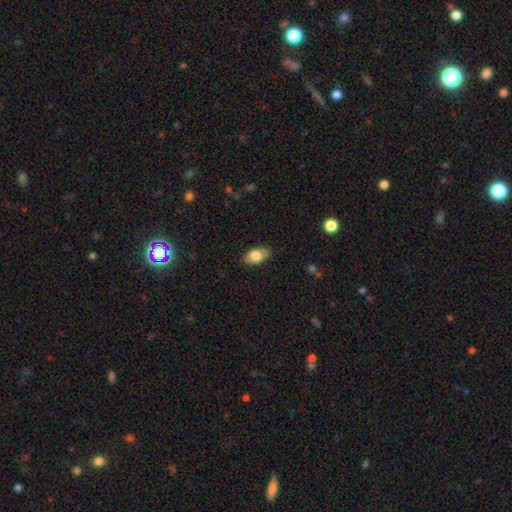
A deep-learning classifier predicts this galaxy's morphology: A smooth galaxy with no disk features (77%) that is in between round and cigar-shaped (92%).

Vote fractions:
- Smooth or featured? smooth: 77% / featured or disk: 16% / star or artifact: 7%
- How rounded? in between: 92% / round: 6% / cigar-shaped: 2%
- Merging? none: 82% / minor disturbance: 14% / major disturbance: 3% / merger: 1%